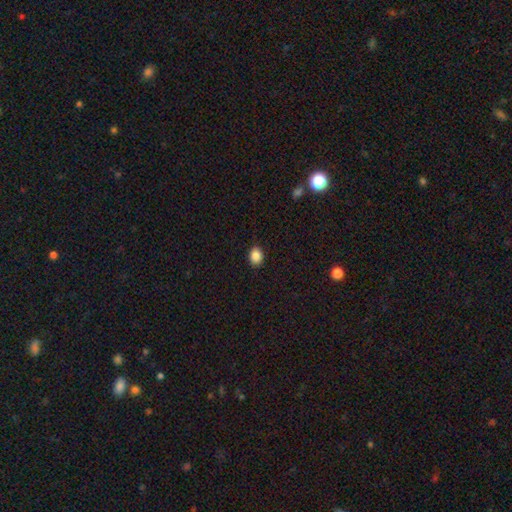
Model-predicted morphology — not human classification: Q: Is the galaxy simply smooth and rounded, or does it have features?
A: smooth — 87%.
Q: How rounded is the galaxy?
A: in between — 60%.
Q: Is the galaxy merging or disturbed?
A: none — 90%.